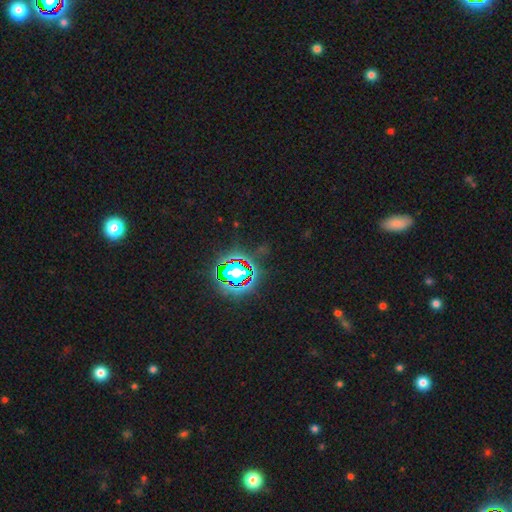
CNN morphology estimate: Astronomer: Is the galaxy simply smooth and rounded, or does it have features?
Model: star or artifact — 81%.